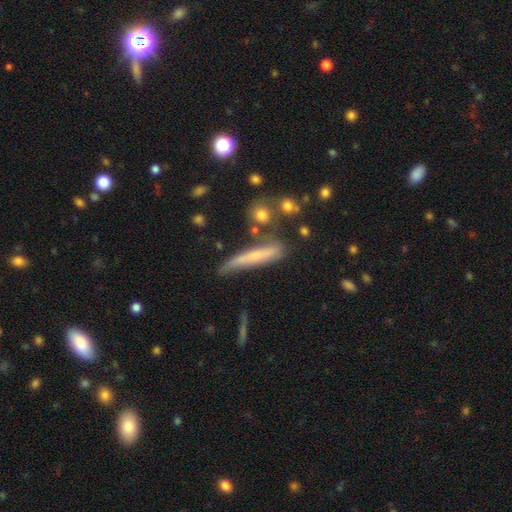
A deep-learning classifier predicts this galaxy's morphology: This is possibly a smooth galaxy (50%). How rounded: clearly cigar-shaped (89%). Merging: possibly none (60%).